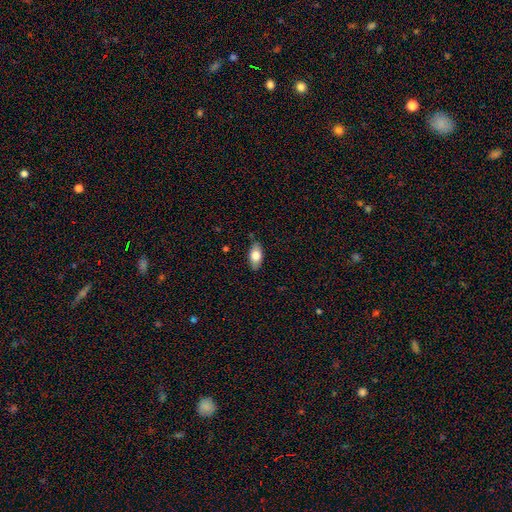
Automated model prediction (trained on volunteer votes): Overall: smooth (77%). How rounded: in between (90%). Merging: none (81%).